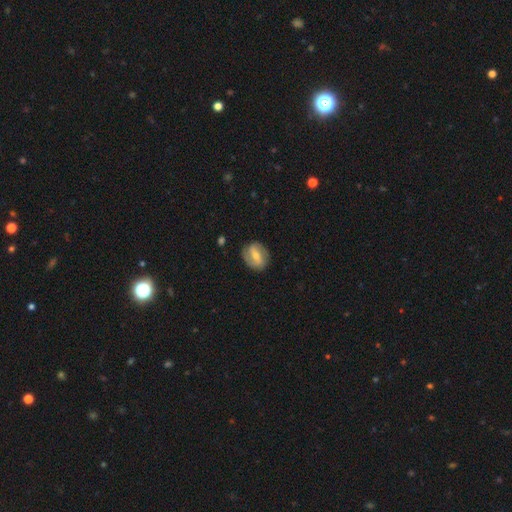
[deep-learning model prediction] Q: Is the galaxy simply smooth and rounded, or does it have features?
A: featured or disk — 66%.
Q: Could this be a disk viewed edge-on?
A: no — 95%.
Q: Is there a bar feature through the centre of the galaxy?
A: strong — 48%.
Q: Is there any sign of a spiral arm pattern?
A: yes — 78%.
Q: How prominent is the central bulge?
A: moderate — 53%.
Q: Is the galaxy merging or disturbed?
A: none — 82%.